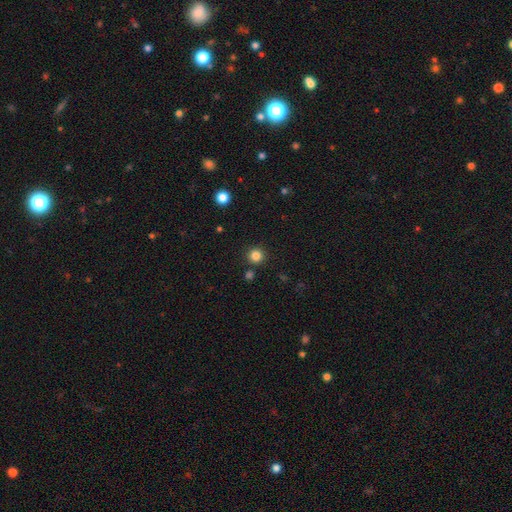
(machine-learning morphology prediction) smooth_or_featured: smooth (p=0.83) [alt: star or artifact p=0.13]
how_rounded: round (p=0.95) [alt: in between p=0.04]
merging: none (p=0.88) [alt: minor disturbance p=0.06]